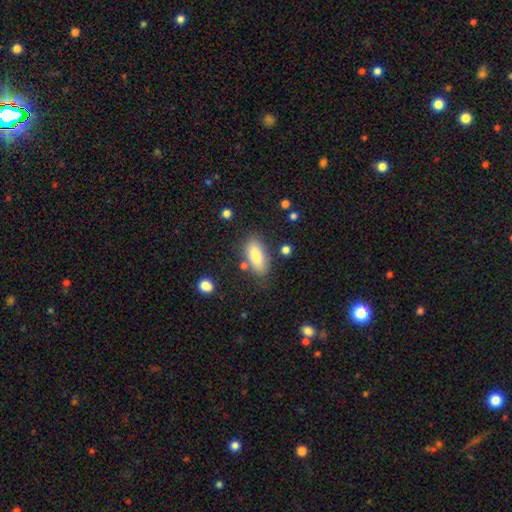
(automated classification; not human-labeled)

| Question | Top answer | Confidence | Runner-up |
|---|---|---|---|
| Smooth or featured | smooth | 82% | featured or disk (12%) |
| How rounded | in between | 84% | cigar-shaped (13%) |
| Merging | none | 76% | minor disturbance (15%) |